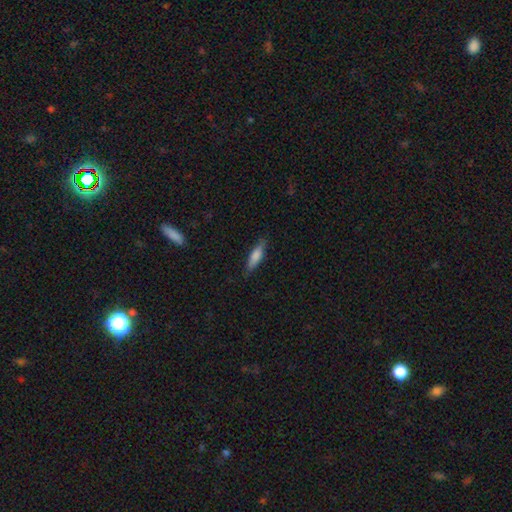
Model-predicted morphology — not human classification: This is likely a smooth galaxy (72%). How rounded: likely cigar-shaped (68%). Merging: clearly none (84%).